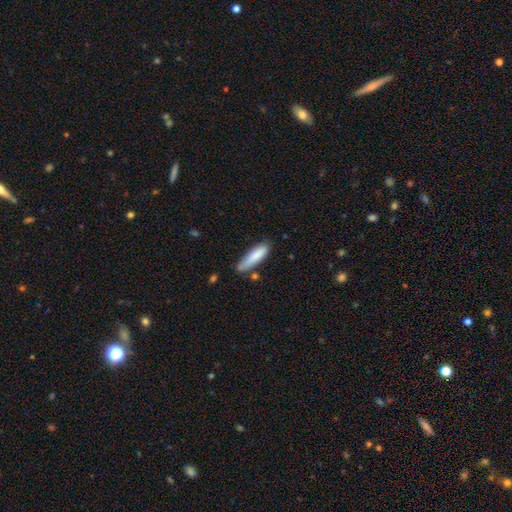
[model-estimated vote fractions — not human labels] smooth 83%, featured or disk 11%, star or artifact 6%. Down the decision tree: how rounded — cigar-shaped (75%); merging — none (66%).